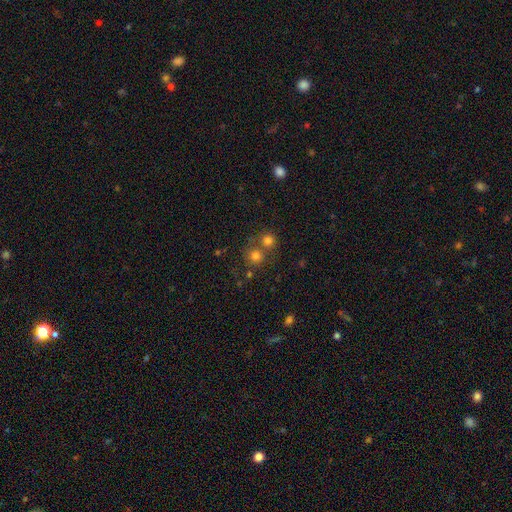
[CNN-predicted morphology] Smooth or featured? smooth (74%)
How rounded? round (90%)
Merging? none (56%)